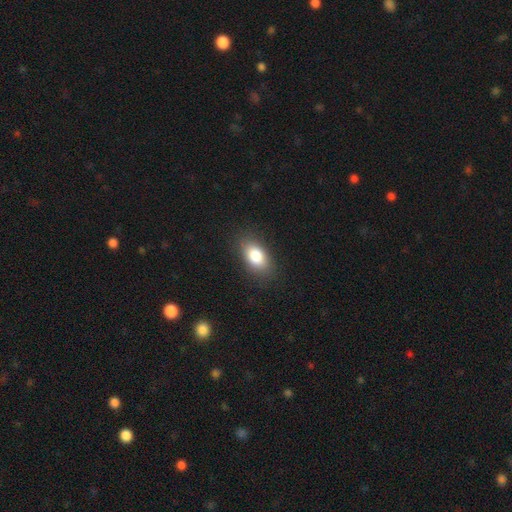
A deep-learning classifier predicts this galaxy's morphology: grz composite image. It shows a smooth galaxy with no disk features (84%) that is in between round and cigar-shaped (90%). Merging: none (85%).